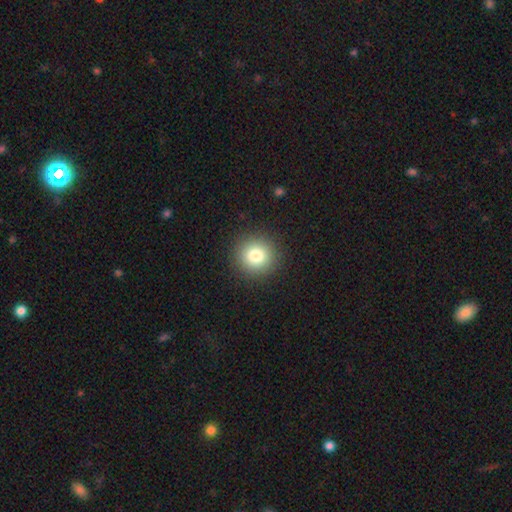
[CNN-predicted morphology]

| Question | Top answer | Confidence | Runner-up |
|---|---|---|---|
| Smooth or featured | smooth | 81% | star or artifact (12%) |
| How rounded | round | 93% | in between (6%) |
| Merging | none | 91% | minor disturbance (6%) |